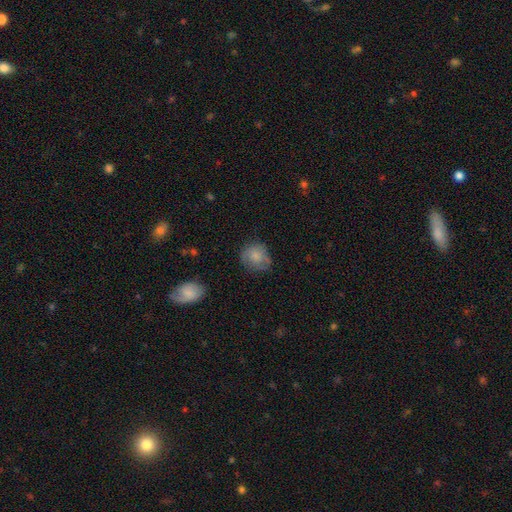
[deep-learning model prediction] Overall: smooth (75%). How rounded: round (77%). Merging: none (65%).